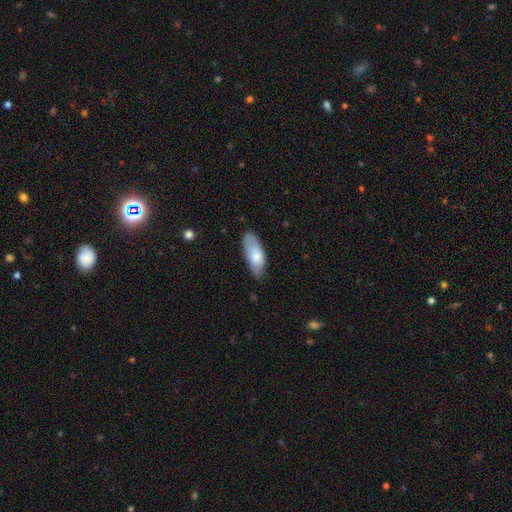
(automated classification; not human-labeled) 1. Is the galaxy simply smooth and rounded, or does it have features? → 74% smooth, 21% featured or disk, 6% star or artifact.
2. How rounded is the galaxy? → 79% in between, 19% cigar-shaped, 2% round.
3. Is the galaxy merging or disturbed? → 66% none, 27% minor disturbance, 6% major disturbance, 2% merger.